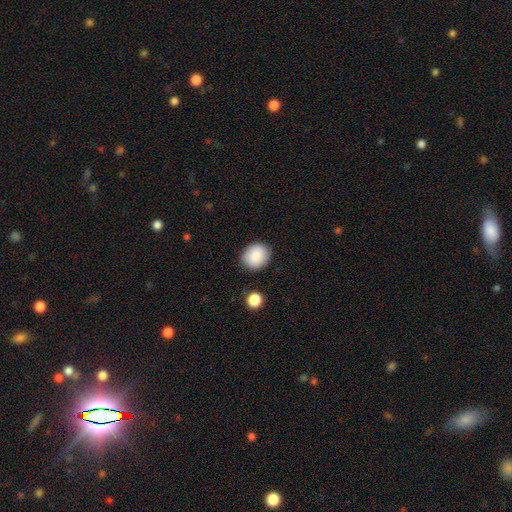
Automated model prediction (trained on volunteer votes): This is clearly a smooth galaxy (87%). How rounded: likely round (69%). Merging: clearly none (86%).